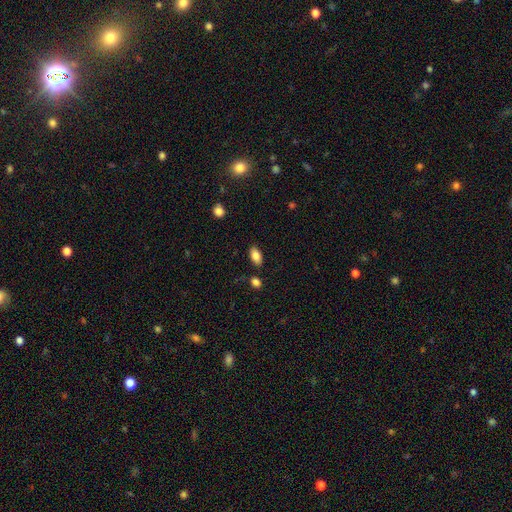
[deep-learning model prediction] Smooth or featured: smooth — 85% (star or artifact — 8%)
How rounded: in between — 92% (cigar-shaped — 4%)
Merging: none — 85% (minor disturbance — 10%)